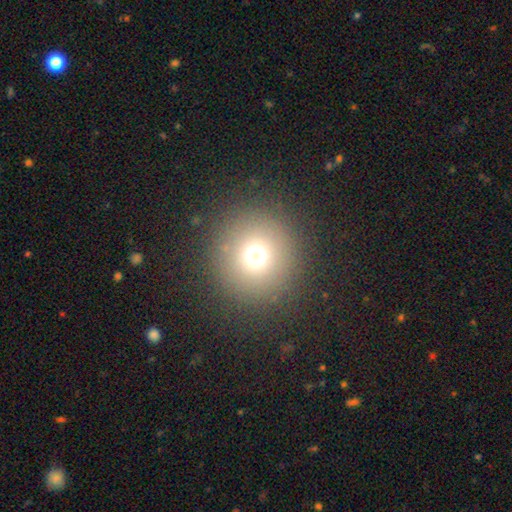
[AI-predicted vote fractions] Overall: smooth (69%). How rounded: round (95%). Merging: none (88%).